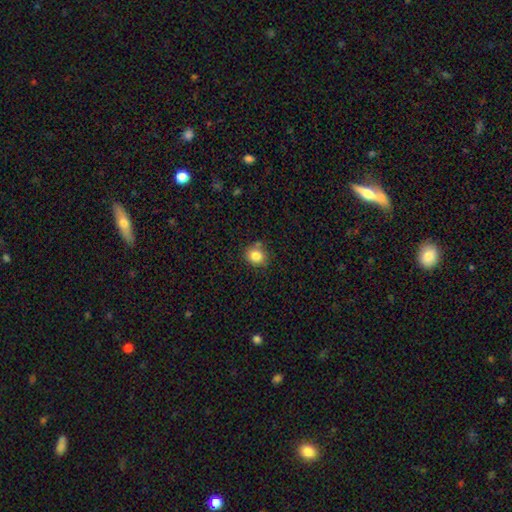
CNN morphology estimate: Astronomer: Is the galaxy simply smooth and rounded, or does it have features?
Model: smooth — 84%.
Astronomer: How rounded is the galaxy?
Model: round — 76%.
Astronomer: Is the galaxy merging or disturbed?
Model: none — 74%.